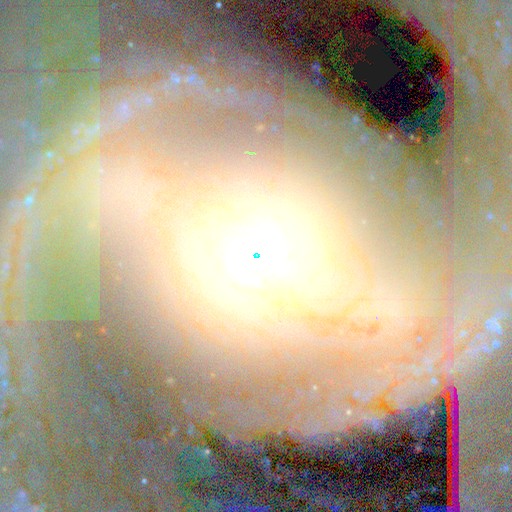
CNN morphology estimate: Overall: featured or disk (80%). Edge-on disk: no (92%). Bar: no (42%; weak 31%). Spiral arms: yes (83%). Spiral arm count: 2 (32%; can't tell 26%). Spiral winding: tight (57%; medium 28%). Bulge size: moderate (52%; small 35%). Merging: none (67%).